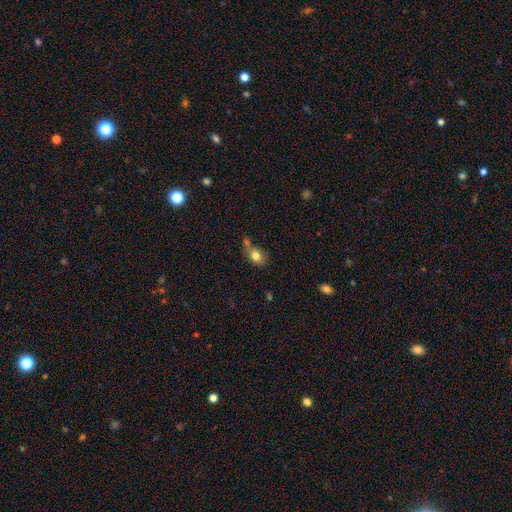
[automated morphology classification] The model was most divided on "merging": none: 42%, merger: 28%, minor disturbance: 21%, major disturbance: 9%. More confident: smooth or featured — smooth (79%); how rounded — in between (57%).